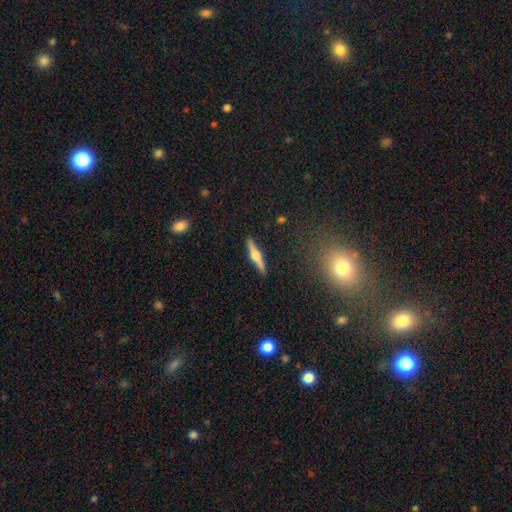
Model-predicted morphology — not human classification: type=featured or disk (66%); edge-on=yes (97%); edge-on bulge=rounded (91%); merging=none (90%).